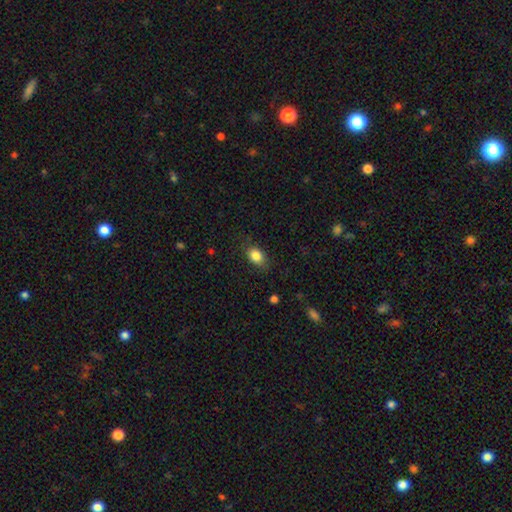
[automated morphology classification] A smooth galaxy with no disk features (85%) that is in between round and cigar-shaped (73%). Merging: none (78%).